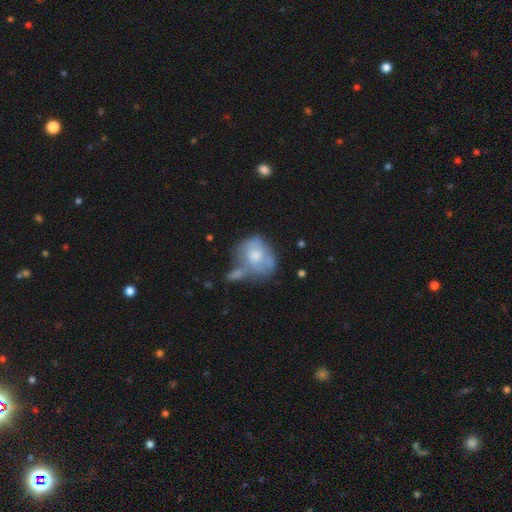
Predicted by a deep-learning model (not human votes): This is possibly a smooth galaxy (55%). How rounded: possibly round (54%). Merging: marginally merger (30%).